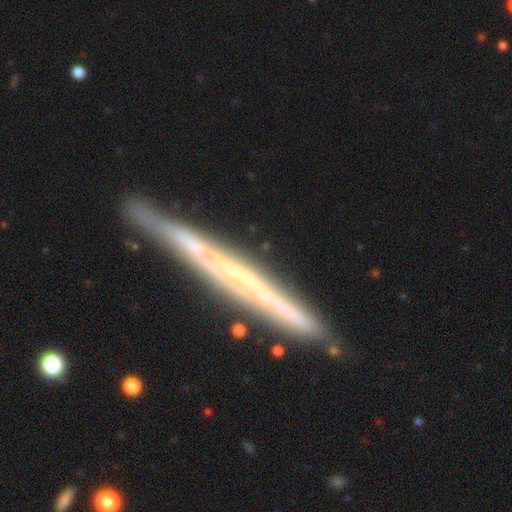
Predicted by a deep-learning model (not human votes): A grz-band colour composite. It shows a featured or disk galaxy (72%) viewed edge-on (95%) with no central bulge (84%). Merging: none (80%).